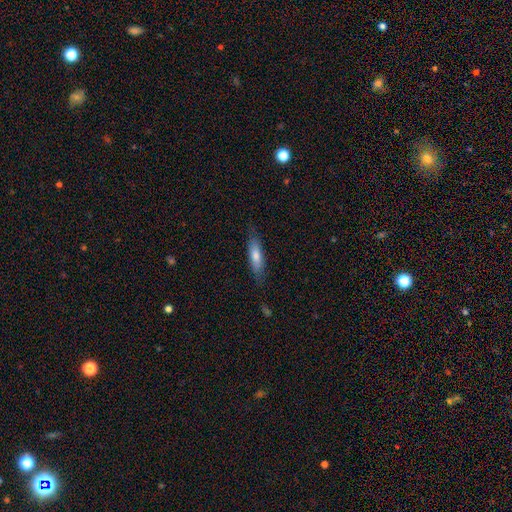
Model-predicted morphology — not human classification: This is likely a smooth galaxy (67%). How rounded: likely cigar-shaped (67%). Merging: likely none (80%).